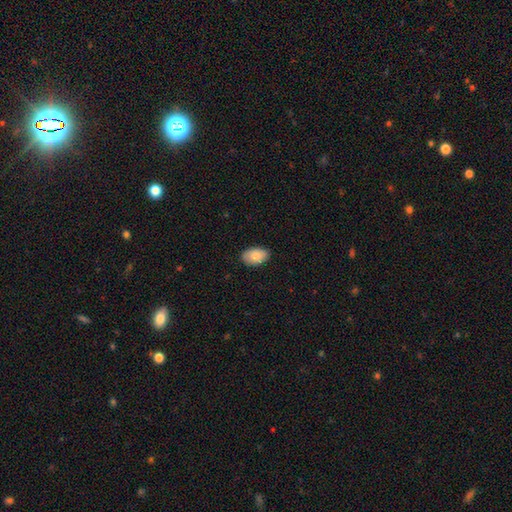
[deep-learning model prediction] Smooth or featured: smooth — 86% (featured or disk — 8%)
How rounded: in between — 91% (round — 7%)
Merging: none — 86% (minor disturbance — 11%)